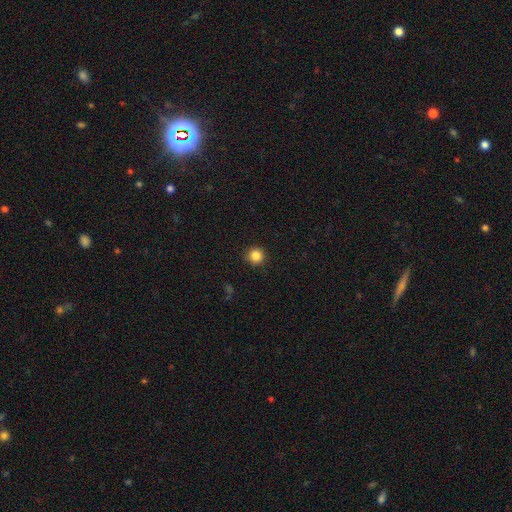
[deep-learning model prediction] Morphology: type=smooth (85%); roundness=round (95%); merging=none (91%).